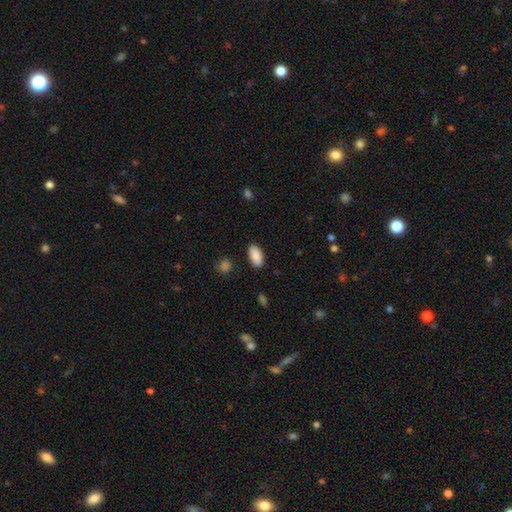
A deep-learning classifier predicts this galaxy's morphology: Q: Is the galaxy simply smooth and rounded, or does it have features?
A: smooth — 89%.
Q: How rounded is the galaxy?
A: in between — 93%.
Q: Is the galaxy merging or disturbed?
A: none — 87%.